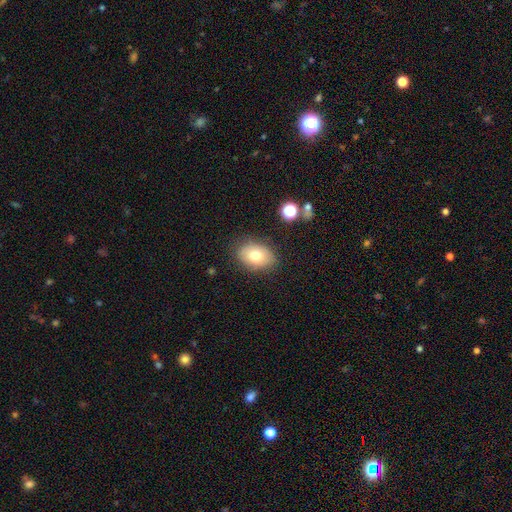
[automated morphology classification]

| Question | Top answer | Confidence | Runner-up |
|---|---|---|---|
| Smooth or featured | smooth | 73% | featured or disk (18%) |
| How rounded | in between | 79% | round (20%) |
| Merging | none | 81% | minor disturbance (13%) |